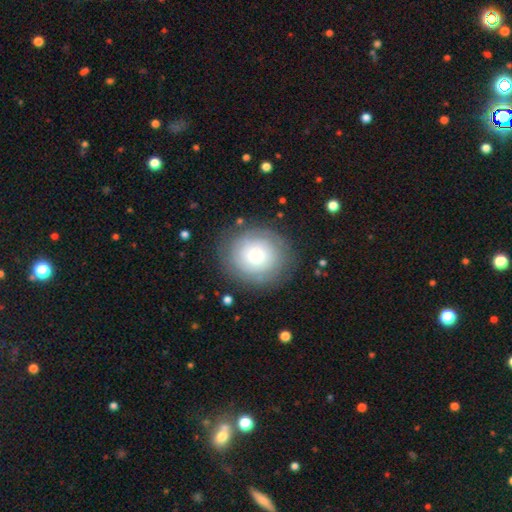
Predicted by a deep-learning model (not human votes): smooth-or-featured: smooth: 46% | featured or disk: 45% | star or artifact: 8%
  merging: none: 81% | minor disturbance: 12% | major disturbance: 5% | merger: 1%